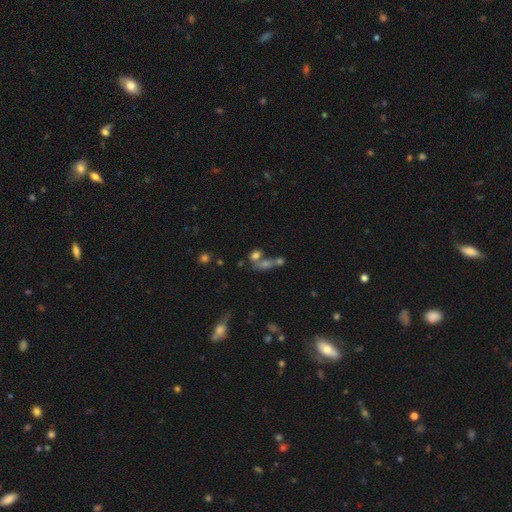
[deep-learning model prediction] Morphology: type=smooth (65%); roundness=in between (66%); merging=merger (43%).